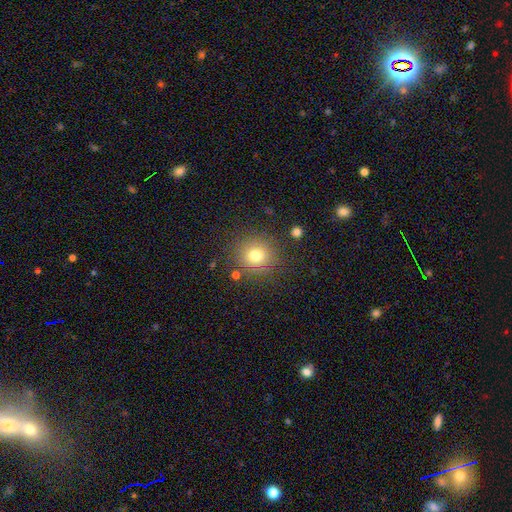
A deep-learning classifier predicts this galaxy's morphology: smooth_or_featured: smooth (p=0.76) [alt: star or artifact p=0.14]
how_rounded: round (p=0.91) [alt: in between p=0.08]
merging: none (p=0.85) [alt: minor disturbance p=0.09]